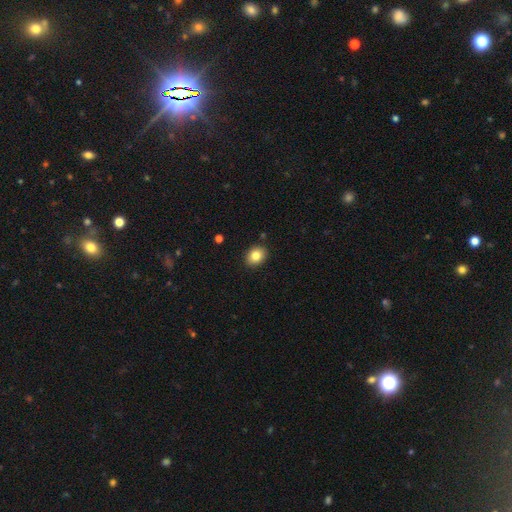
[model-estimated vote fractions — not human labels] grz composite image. It shows a smooth galaxy with no disk features (84%) that is in between round and cigar-shaped (50%). Merging: none (89%).